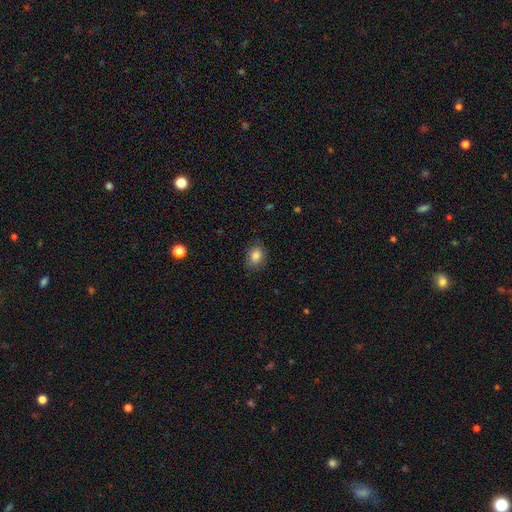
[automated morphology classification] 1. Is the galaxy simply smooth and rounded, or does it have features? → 84% smooth, 9% star or artifact, 7% featured or disk.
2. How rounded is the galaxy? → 58% in between, 41% round, 1% cigar-shaped.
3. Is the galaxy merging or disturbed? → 81% none, 14% minor disturbance, 3% major disturbance, 1% merger.